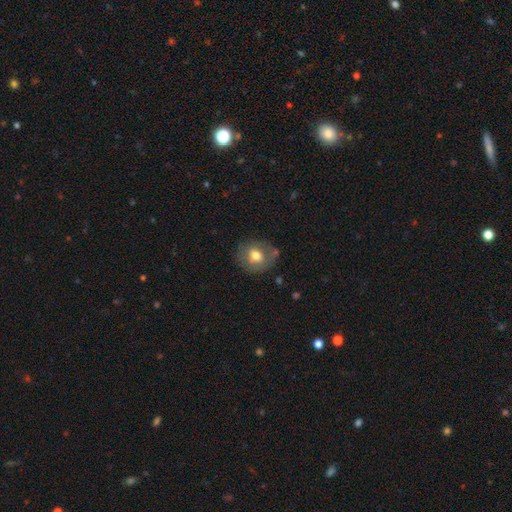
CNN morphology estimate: Smooth or featured: smooth — 68% (featured or disk — 24%)
How rounded: round — 75% (in between — 24%)
Merging: none — 71% (minor disturbance — 18%)